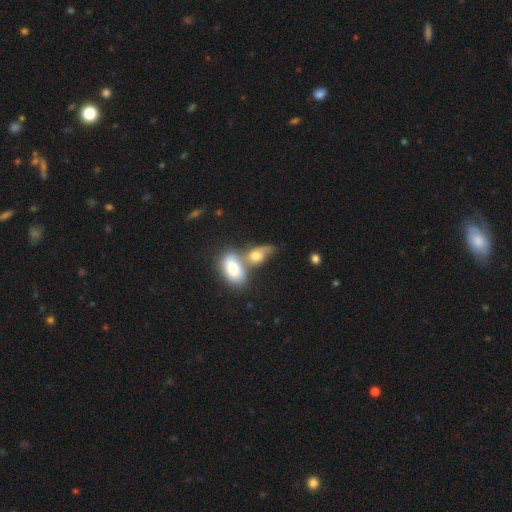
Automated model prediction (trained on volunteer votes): This is likely a smooth galaxy (69%). How rounded: clearly in between (83%). Merging: possibly merger (55%).